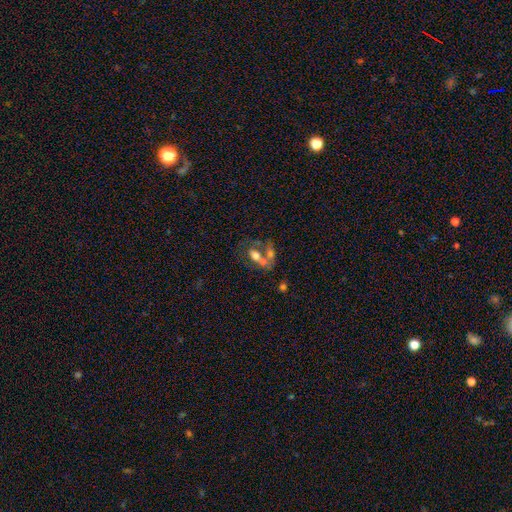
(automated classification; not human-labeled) smooth 50%, featured or disk 39%, star or artifact 11%. Down the decision tree: how rounded — in between (76%); merging — merger (60%).